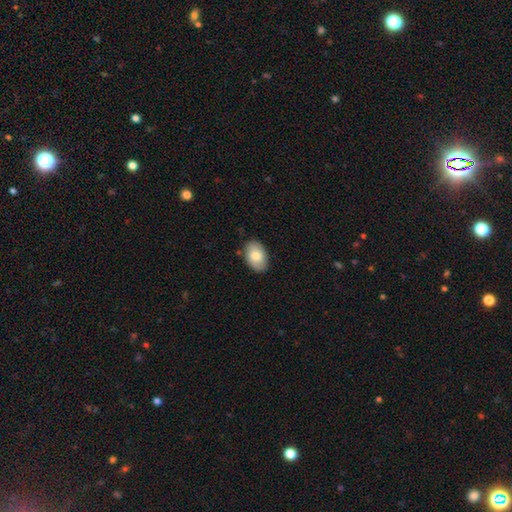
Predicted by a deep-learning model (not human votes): Overall: smooth (79%). How rounded: in between (89%). Merging: none (83%).